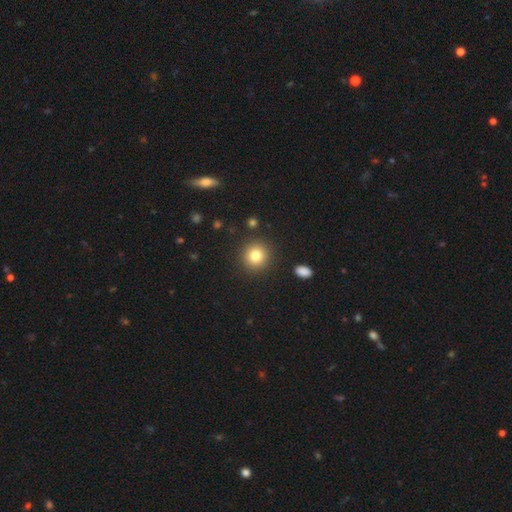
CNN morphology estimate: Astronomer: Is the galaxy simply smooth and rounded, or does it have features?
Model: smooth — 81%.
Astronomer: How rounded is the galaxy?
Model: round — 93%.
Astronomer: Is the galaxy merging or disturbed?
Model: none — 90%.